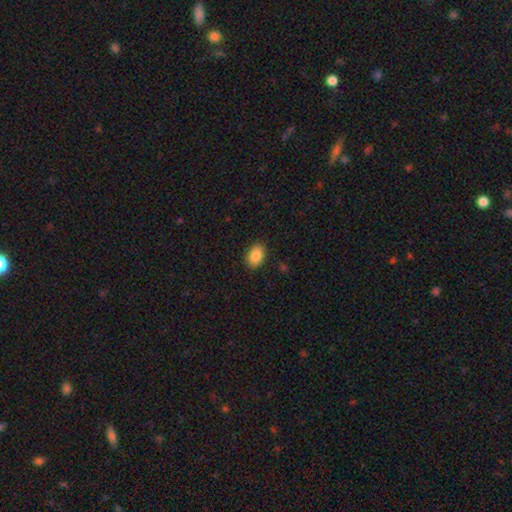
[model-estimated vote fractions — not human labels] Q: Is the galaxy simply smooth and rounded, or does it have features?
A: smooth — 88%.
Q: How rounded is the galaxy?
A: in between — 83%.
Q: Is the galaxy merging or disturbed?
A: none — 88%.